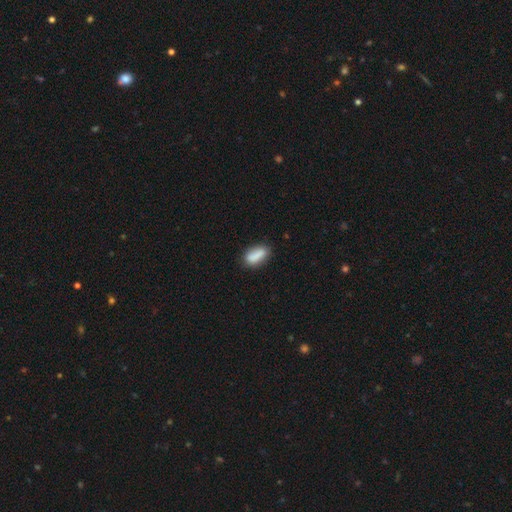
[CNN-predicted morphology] A smooth galaxy with no disk features (83%) that is in between round and cigar-shaped (77%). Merging: none (73%).